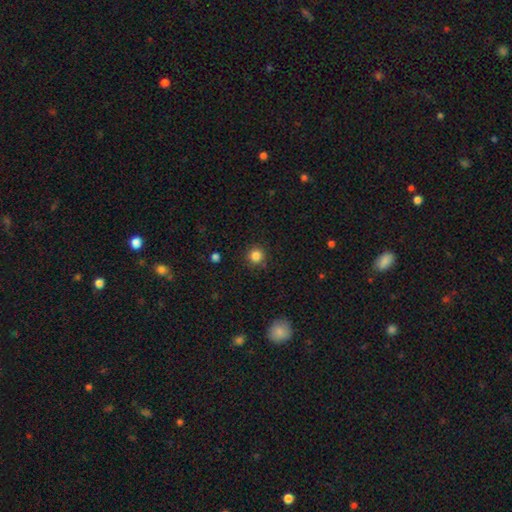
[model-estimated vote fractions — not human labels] smooth-or-featured: smooth: 84% | star or artifact: 12% | featured or disk: 4%
  how-rounded: round: 94% | in between: 5% | cigar-shaped: 1%
  merging: none: 90% | minor disturbance: 7% | major disturbance: 2% | merger: 2%